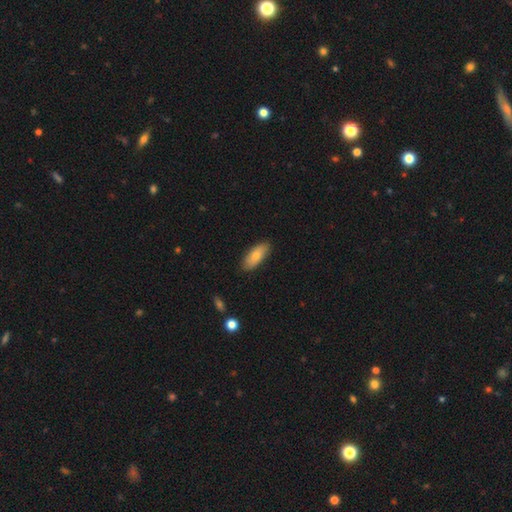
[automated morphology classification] This is likely a smooth galaxy (77%). How rounded: likely in between (78%). Merging: clearly none (87%).